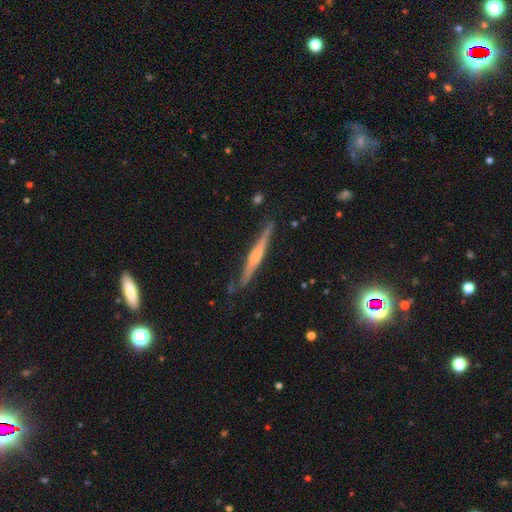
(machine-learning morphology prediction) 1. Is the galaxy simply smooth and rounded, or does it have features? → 69% featured or disk, 25% smooth, 6% star or artifact.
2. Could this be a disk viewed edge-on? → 98% yes, 2% no.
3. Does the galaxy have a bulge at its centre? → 52% rounded, 26% boxy, 22% none.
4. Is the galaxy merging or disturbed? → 82% none, 13% minor disturbance, 3% major disturbance, 2% merger.